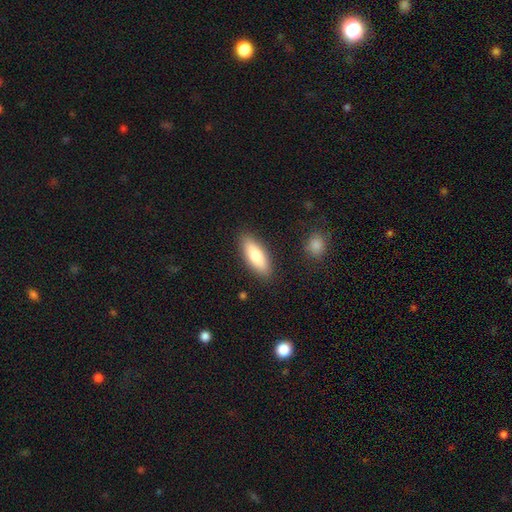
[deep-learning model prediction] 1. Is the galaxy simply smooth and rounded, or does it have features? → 76% smooth, 19% featured or disk, 6% star or artifact.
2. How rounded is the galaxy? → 67% in between, 30% cigar-shaped, 2% round.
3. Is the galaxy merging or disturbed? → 87% none, 9% minor disturbance, 2% major disturbance, 2% merger.